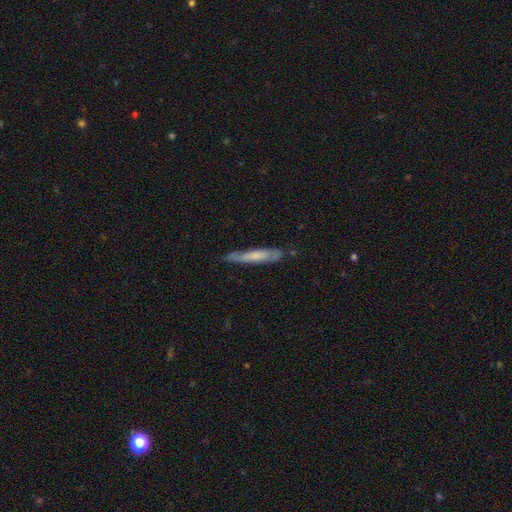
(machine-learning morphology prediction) A smooth galaxy with no disk features (54%) that is cigar-shaped (90%).

Vote fractions:
- Smooth or featured? smooth: 54% / featured or disk: 40% / star or artifact: 6%
- How rounded? cigar-shaped: 90% / in between: 8% / round: 1%
- Merging? none: 67% / minor disturbance: 25% / major disturbance: 6% / merger: 2%